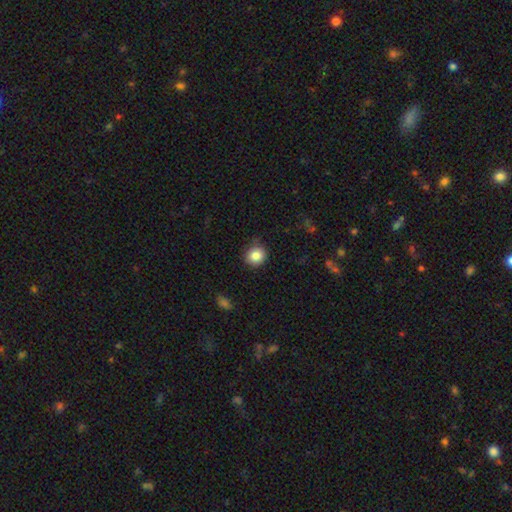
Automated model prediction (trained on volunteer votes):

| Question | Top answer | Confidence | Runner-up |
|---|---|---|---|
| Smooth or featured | smooth | 84% | star or artifact (10%) |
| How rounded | round | 83% | in between (16%) |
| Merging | none | 83% | minor disturbance (12%) |